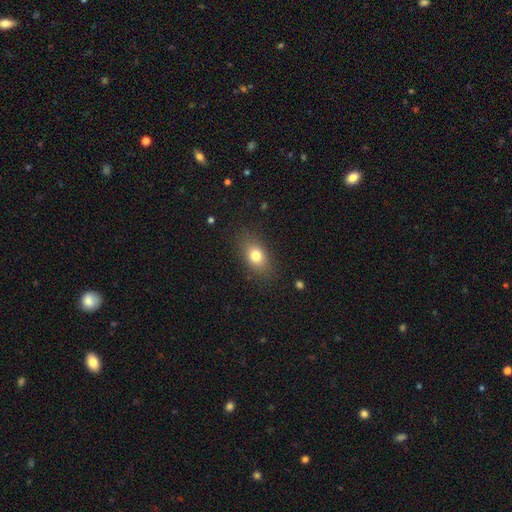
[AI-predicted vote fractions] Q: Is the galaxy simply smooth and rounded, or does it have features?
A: smooth — 77%.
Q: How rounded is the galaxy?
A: in between — 77%.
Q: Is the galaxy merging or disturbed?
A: none — 84%.